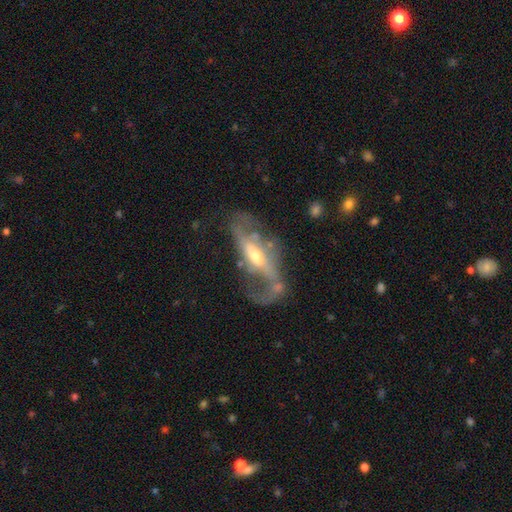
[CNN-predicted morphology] This is clearly a featured or disk galaxy (81%). It is clearly not viewed edge-on (82%). Bar: marginally strong (36%). Spiral arm pattern: clearly yes (80%). Spiral arm count: likely 2 (73%). Spiral winding: possibly loose (57%). Central bulge: possibly moderate (56%). Merging: marginally none (42%).